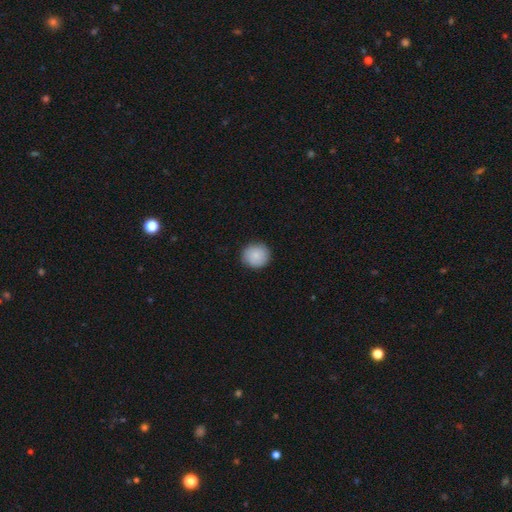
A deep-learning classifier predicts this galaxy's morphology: Smooth or featured? Predicted: smooth (p=0.87). How rounded? Predicted: round (p=0.91). Merging? Predicted: none (p=0.89).